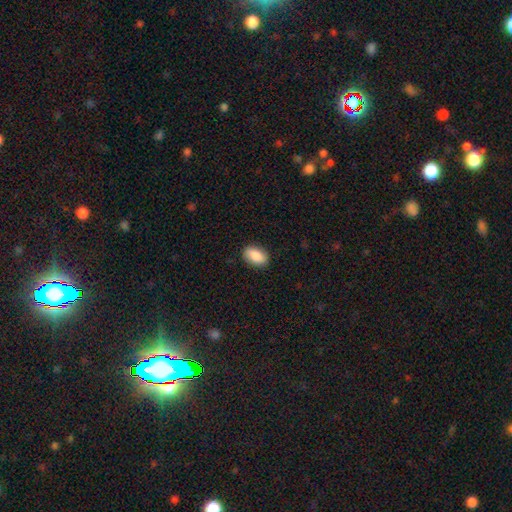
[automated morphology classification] Overall: smooth (87%). How rounded: in between (89%). Merging: none (87%).